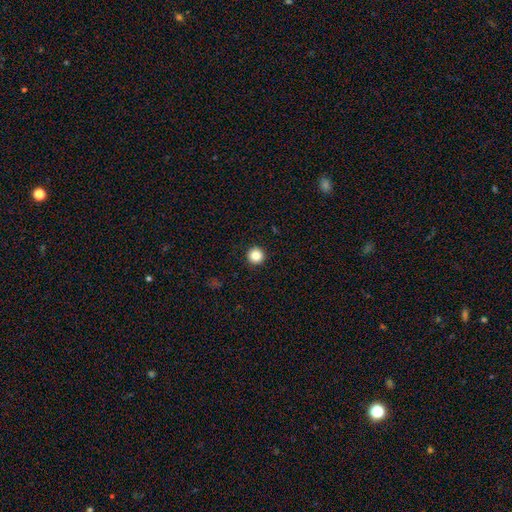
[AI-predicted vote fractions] Morphology: type=smooth (85%); roundness=round (96%); merging=none (93%).